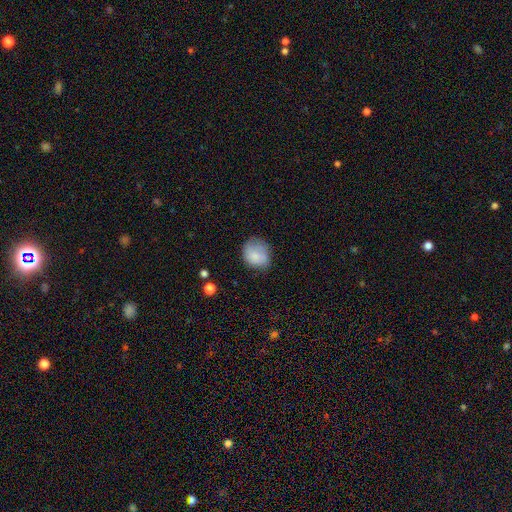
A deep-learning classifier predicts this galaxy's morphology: type=smooth (79%); roundness=round (62%); merging=none (58%).